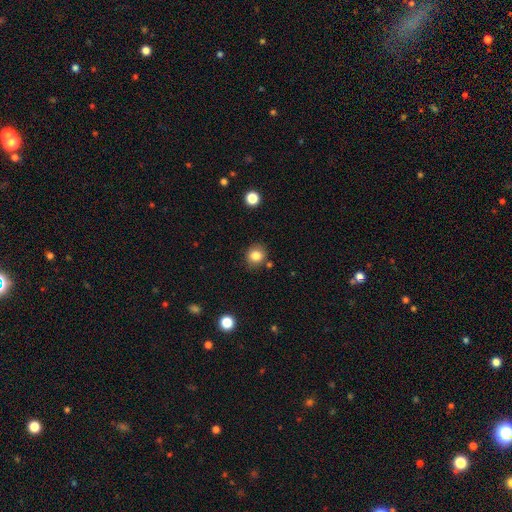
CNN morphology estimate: type=smooth (83%); roundness=round (81%); merging=none (82%).